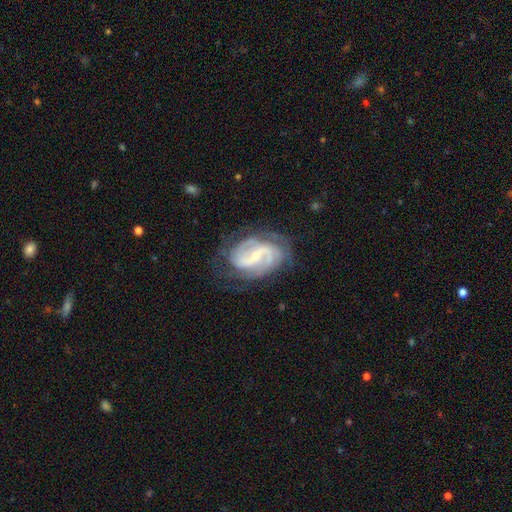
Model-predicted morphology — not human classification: This is clearly a featured or disk galaxy (87%). It is clearly not viewed edge-on (97%). Bar: possibly weak (46%). Spiral arm pattern: clearly yes (95%). Spiral arm count: likely 2 (61%). Spiral winding: marginally medium (44%). Central bulge: likely small (67%). Merging: likely none (70%).